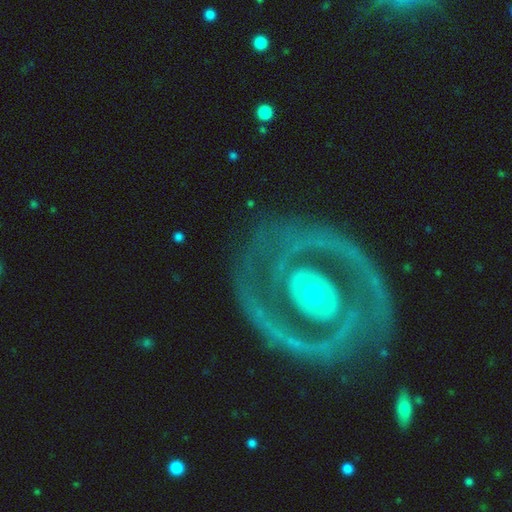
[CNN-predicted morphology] A featured or disk galaxy (87%) with no bar (74%), 2 (53%) tight (70%) spiral arms (75%) and a moderate central bulge (45%). Merging: none (76%).